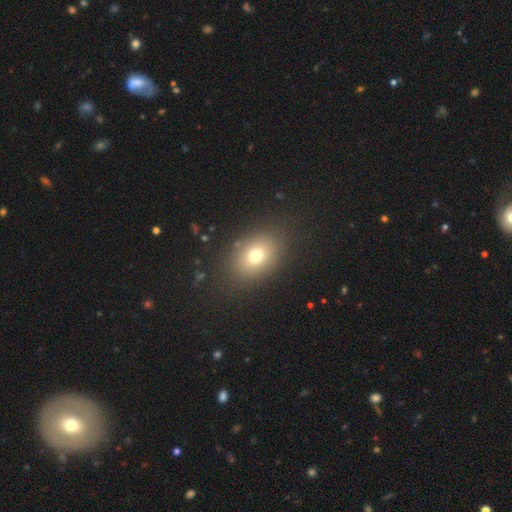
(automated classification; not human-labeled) The model was most divided on "how rounded": in between: 69%, round: 30%, cigar-shaped: 1%. More confident: merging — none (85%); smooth or featured — smooth (73%).